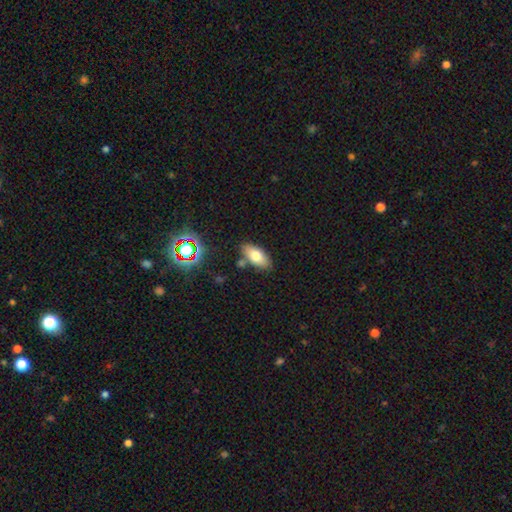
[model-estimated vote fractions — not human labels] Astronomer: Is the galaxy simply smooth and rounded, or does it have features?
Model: smooth — 74%.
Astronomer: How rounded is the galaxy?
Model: in between — 89%.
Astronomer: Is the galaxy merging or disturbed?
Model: none — 77%.